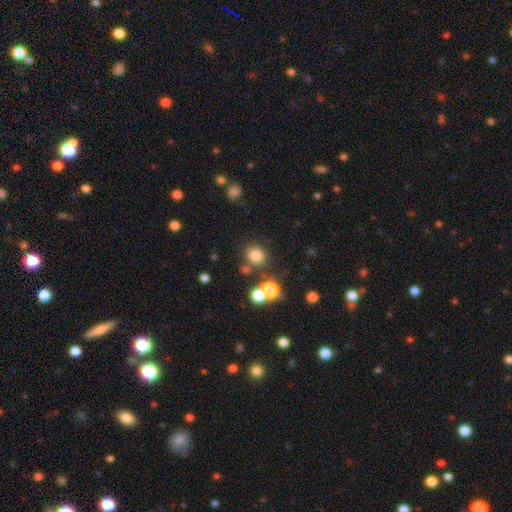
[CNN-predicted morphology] Smooth or featured? Predicted: smooth (p=0.78). How rounded? Predicted: round (p=0.78). Merging? Predicted: none (p=0.73).